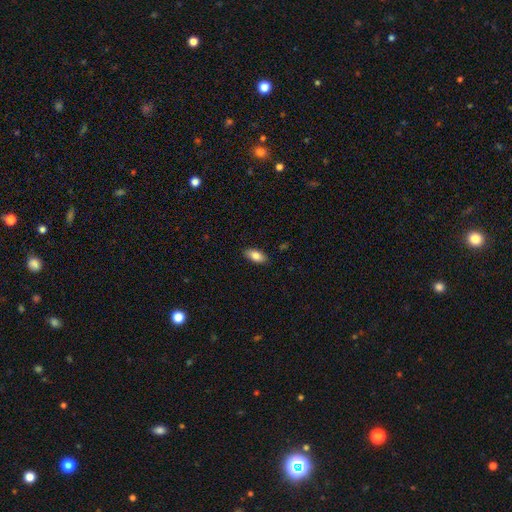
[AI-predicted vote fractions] The model was most divided on "smooth or featured": smooth: 84%, featured or disk: 9%, star or artifact: 7%. More confident: how rounded — in between (91%); merging — none (88%).